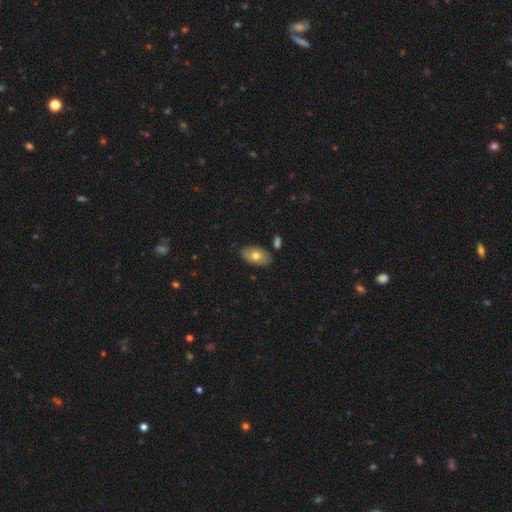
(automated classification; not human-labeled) smooth 72%, featured or disk 21%, star or artifact 7%. Down the decision tree: how rounded — in between (93%); merging — none (82%).